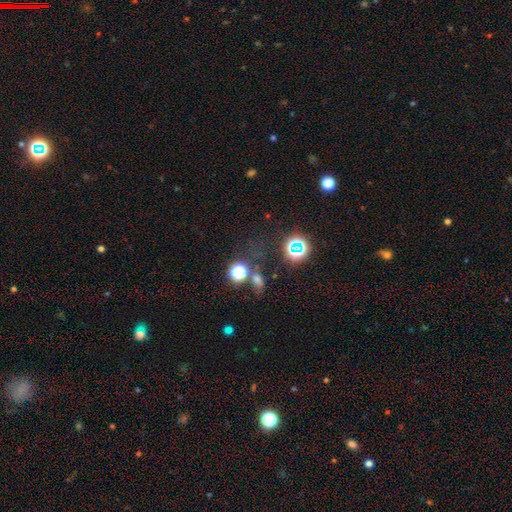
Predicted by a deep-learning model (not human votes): Smooth or featured? Predicted: star or artifact (p=0.61).